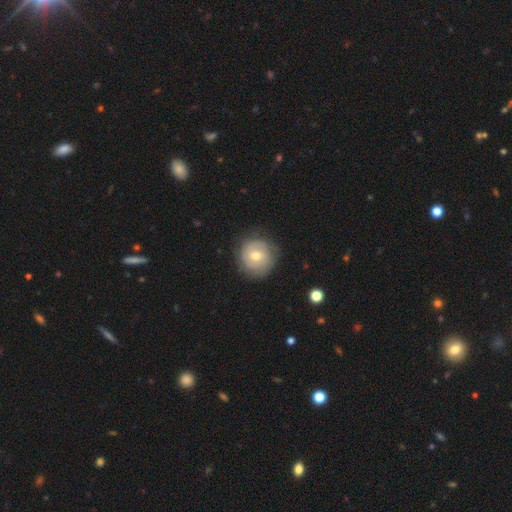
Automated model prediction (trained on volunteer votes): smooth 49%, featured or disk 44%, star or artifact 7%. Down the decision tree: merging — none (78%).